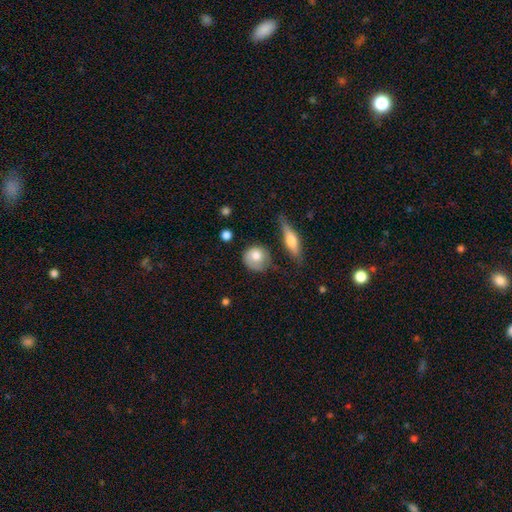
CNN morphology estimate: type=smooth (70%); roundness=round (81%); merging=none (59%).